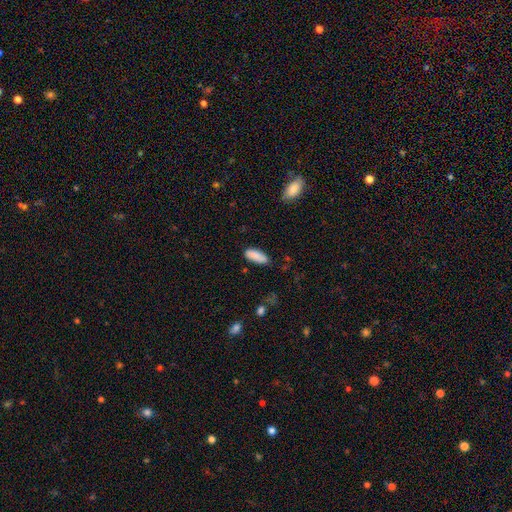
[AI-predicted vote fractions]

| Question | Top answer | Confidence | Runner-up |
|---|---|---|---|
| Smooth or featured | smooth | 88% | star or artifact (6%) |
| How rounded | in between | 77% | cigar-shaped (21%) |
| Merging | none | 80% | minor disturbance (15%) |